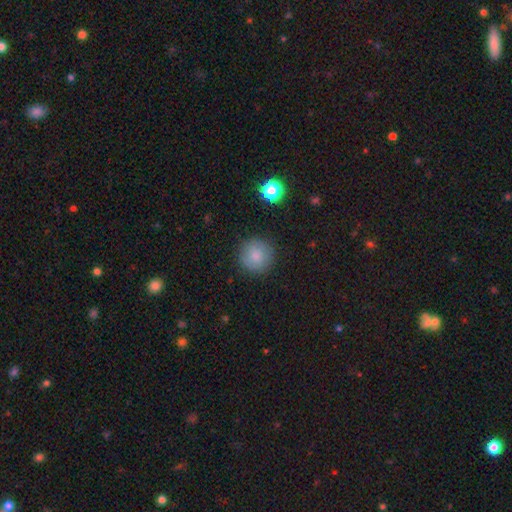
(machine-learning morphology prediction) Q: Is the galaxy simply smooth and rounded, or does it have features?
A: smooth — 83%.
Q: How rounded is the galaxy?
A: round — 95%.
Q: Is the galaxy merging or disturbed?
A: none — 88%.